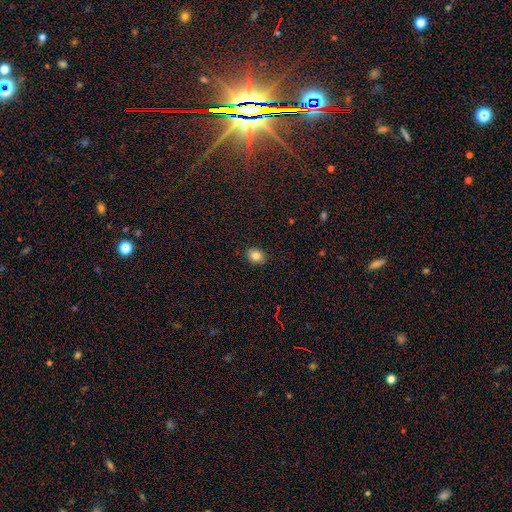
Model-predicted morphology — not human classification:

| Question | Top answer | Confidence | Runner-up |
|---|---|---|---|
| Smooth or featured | smooth | 83% | star or artifact (10%) |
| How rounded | in between | 54% | round (45%) |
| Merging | none | 88% | minor disturbance (9%) |